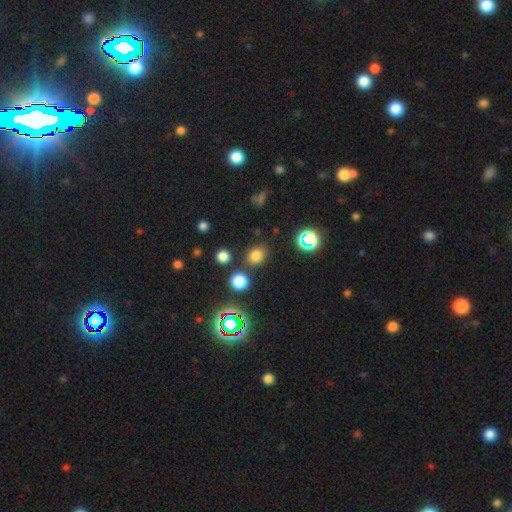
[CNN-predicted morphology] Smooth or featured? Predicted: smooth (p=0.75). How rounded? Predicted: round (p=0.68). Merging? Predicted: none (p=0.79).